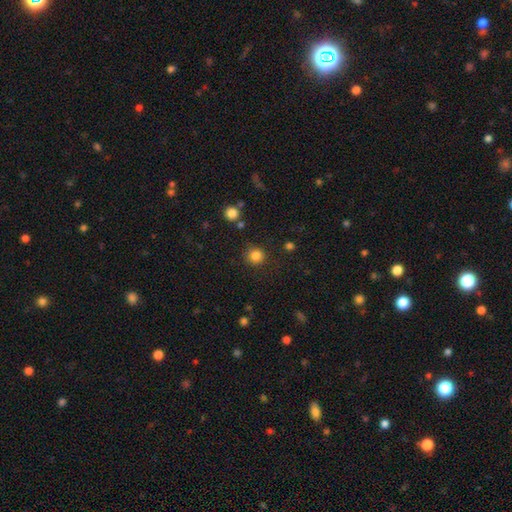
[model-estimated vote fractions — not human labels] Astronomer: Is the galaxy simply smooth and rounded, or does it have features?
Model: smooth — 84%.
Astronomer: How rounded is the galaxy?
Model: round — 92%.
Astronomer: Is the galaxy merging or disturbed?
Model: none — 85%.